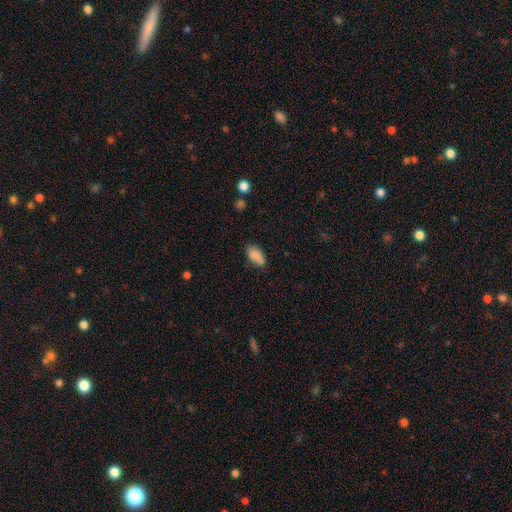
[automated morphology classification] Smooth or featured?
  - smooth: 82% *
  - featured or disk: 10%
  - star or artifact: 8%
How rounded?
  - in between: 92% *
  - round: 5%
  - cigar-shaped: 3%
Merging?
  - none: 65% *
  - minor disturbance: 24%
  - merger: 6%
  - major disturbance: 5%